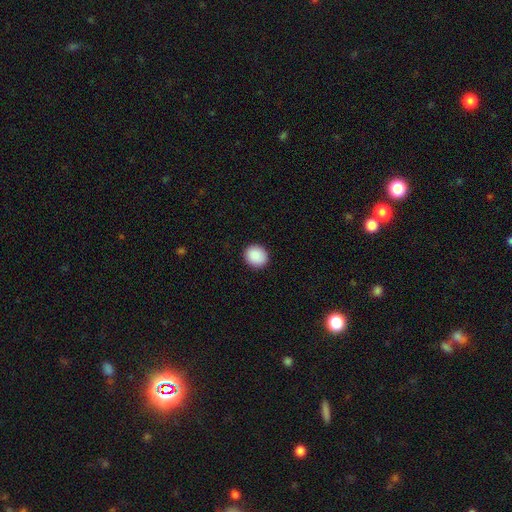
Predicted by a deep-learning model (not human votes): The model was most divided on "how rounded": round: 80%, in between: 19%, cigar-shaped: 1%. More confident: merging — none (92%); smooth or featured — smooth (90%).